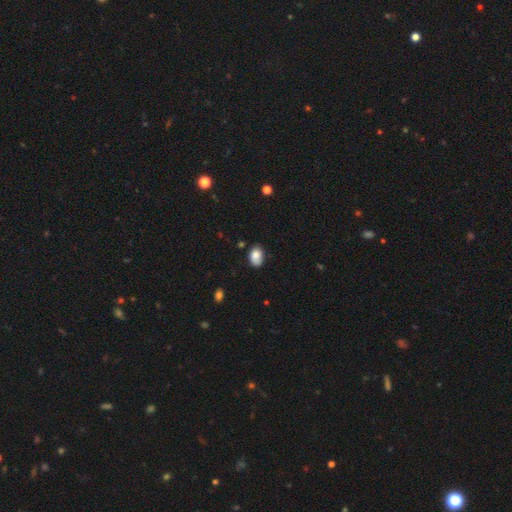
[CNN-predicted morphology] Smooth or featured? smooth (82%)
How rounded? in between (81%)
Merging? none (66%)